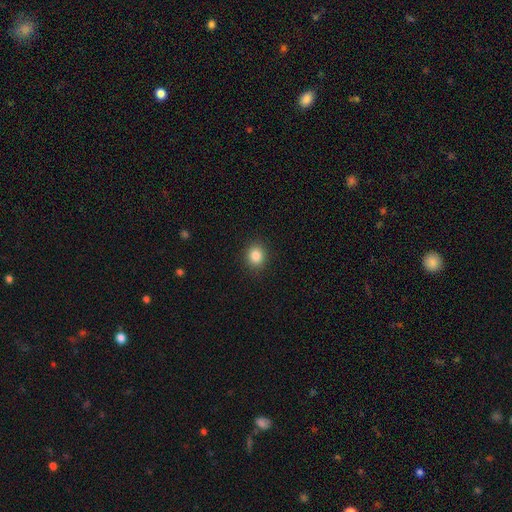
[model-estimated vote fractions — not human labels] Overall: smooth (85%). How rounded: round (71%). Merging: none (90%).